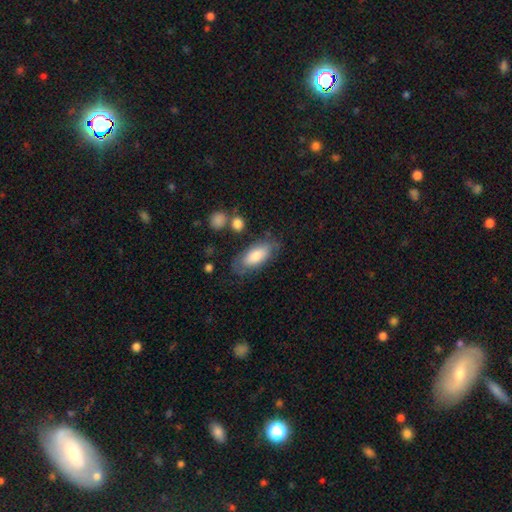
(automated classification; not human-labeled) smooth 69%, featured or disk 24%, star or artifact 7%. Down the decision tree: how rounded — in between (84%); merging — none (70%).